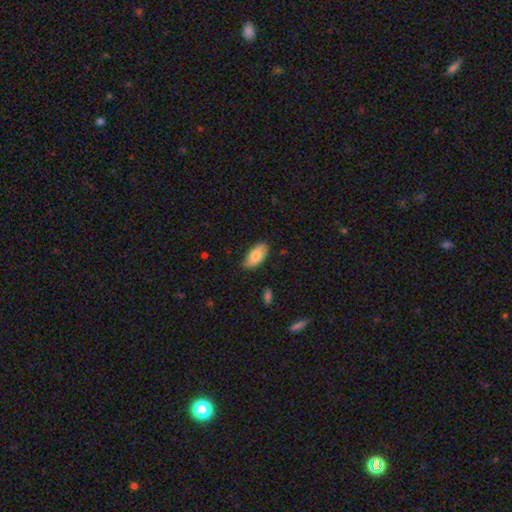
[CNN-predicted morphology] smooth-or-featured: smooth: 84% | featured or disk: 10% | star or artifact: 6%
  how-rounded: in between: 94% | cigar-shaped: 4% | round: 2%
  merging: none: 85% | minor disturbance: 12% | major disturbance: 2% | merger: 1%